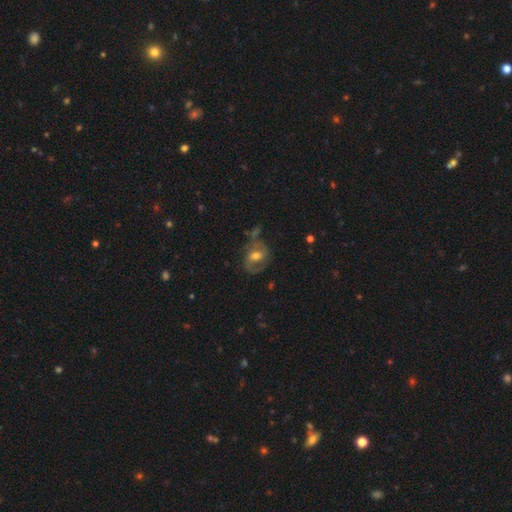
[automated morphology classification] A featured or disk galaxy (65%) with a weak bar (45%), spiral arms (75%) and a moderate central bulge (68%).

Vote fractions:
- Smooth or featured? featured or disk: 65% / smooth: 27% / star or artifact: 8%
- Edge-on disk? no: 96% / yes: 4%
- Bar? weak: 45% / no: 35% / strong: 19%
- Spiral arms? yes: 75% / no: 25%
- Bulge size? moderate: 68% / small: 17% / large: 12% / none: 2% / dominant: 1%
- Merging? none: 58% / minor disturbance: 21% / major disturbance: 15% / merger: 6%